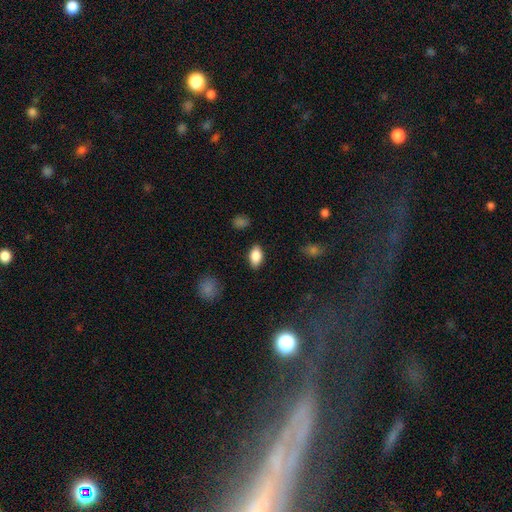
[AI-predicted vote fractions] A smooth galaxy with no disk features (85%) that is in between round and cigar-shaped (92%).

Vote fractions:
- Smooth or featured? smooth: 85% / star or artifact: 8% / featured or disk: 7%
- How rounded? in between: 92% / round: 6% / cigar-shaped: 2%
- Merging? none: 87% / minor disturbance: 9% / major disturbance: 2% / merger: 1%